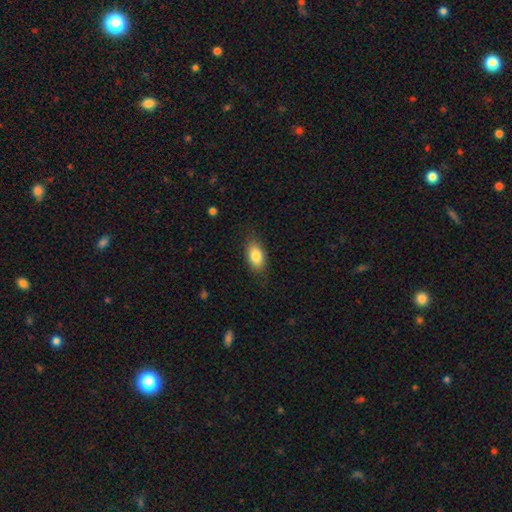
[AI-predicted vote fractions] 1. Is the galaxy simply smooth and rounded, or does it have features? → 83% smooth, 10% featured or disk, 7% star or artifact.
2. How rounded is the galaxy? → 89% in between, 6% round, 4% cigar-shaped.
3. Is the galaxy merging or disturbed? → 82% none, 14% minor disturbance, 3% major disturbance, 1% merger.